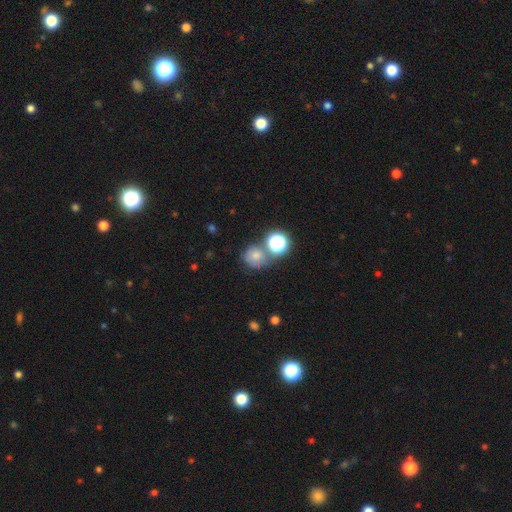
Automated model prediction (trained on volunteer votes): smooth 69%, star or artifact 20%, featured or disk 11%. Down the decision tree: how rounded — round (84%); merging — none (57%).